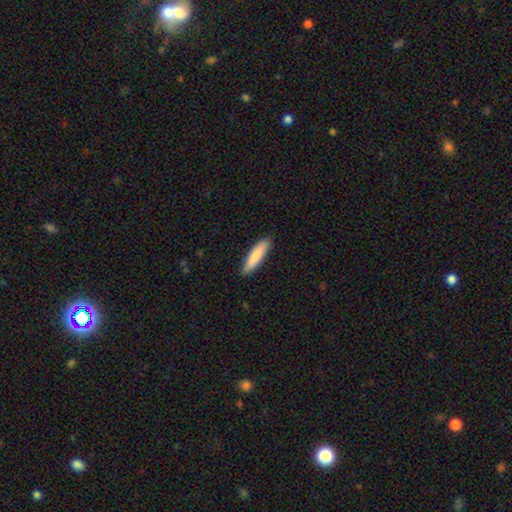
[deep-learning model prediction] A smooth galaxy with no disk features (85%) that is cigar-shaped (75%).

Vote fractions:
- Smooth or featured? smooth: 85% / featured or disk: 10% / star or artifact: 5%
- How rounded? cigar-shaped: 75% / in between: 23% / round: 1%
- Merging? none: 87% / minor disturbance: 10% / major disturbance: 2% / merger: 1%